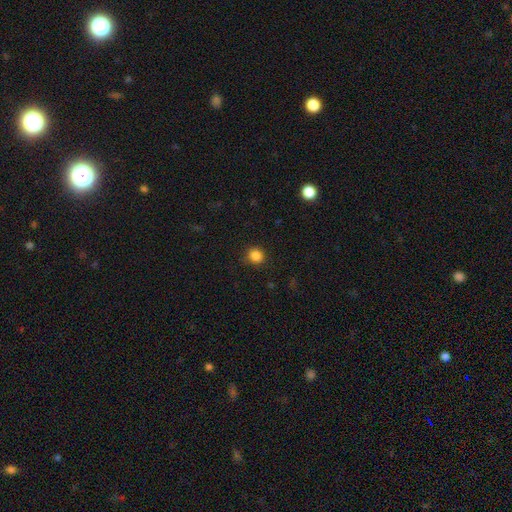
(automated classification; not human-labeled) A smooth galaxy with no disk features (85%) that is round (90%). Merging: none (89%).